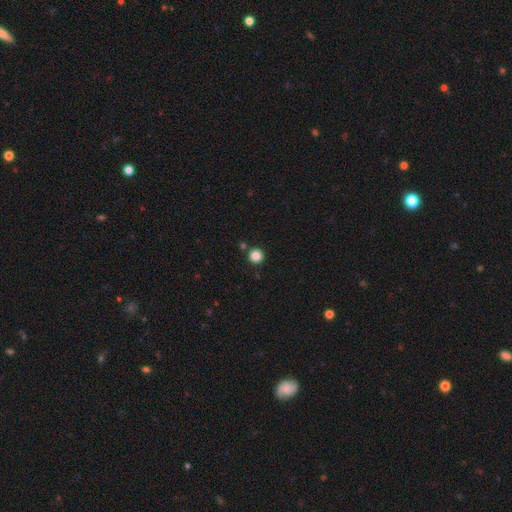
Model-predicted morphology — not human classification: The model was most divided on "smooth or featured": smooth: 86%, star or artifact: 11%, featured or disk: 3%. More confident: how rounded — round (96%); merging — none (88%).